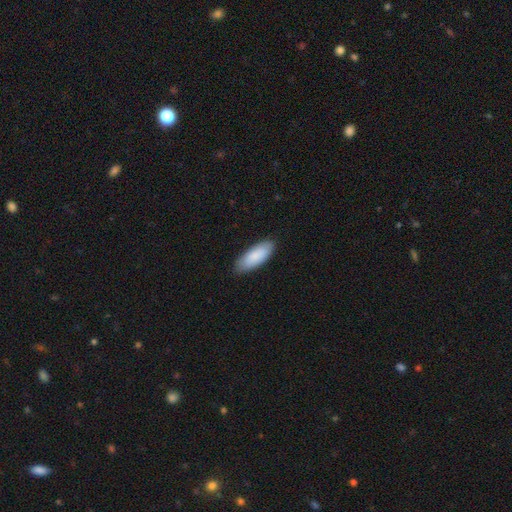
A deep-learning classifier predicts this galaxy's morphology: A smooth galaxy with no disk features (88%) that is in between round and cigar-shaped (76%).

Vote fractions:
- Smooth or featured? smooth: 88% / featured or disk: 7% / star or artifact: 5%
- How rounded? in between: 76% / cigar-shaped: 22% / round: 1%
- Merging? none: 86% / minor disturbance: 11% / major disturbance: 2% / merger: 1%